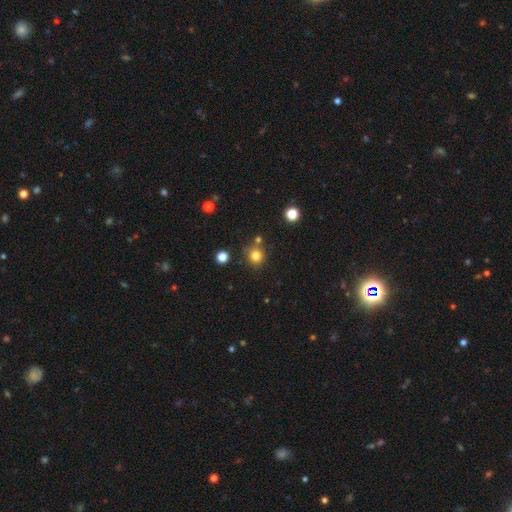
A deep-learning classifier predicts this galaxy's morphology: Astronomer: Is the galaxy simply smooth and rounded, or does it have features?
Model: smooth — 80%.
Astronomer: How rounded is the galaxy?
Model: round — 89%.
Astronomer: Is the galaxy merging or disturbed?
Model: none — 76%.